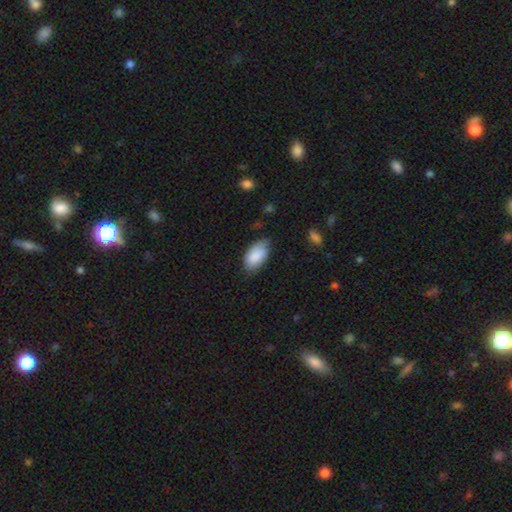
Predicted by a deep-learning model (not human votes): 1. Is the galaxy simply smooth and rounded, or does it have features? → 87% smooth, 7% featured or disk, 6% star or artifact.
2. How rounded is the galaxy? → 95% in between, 3% round, 2% cigar-shaped.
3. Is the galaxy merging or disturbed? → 68% none, 26% minor disturbance, 5% major disturbance, 1% merger.